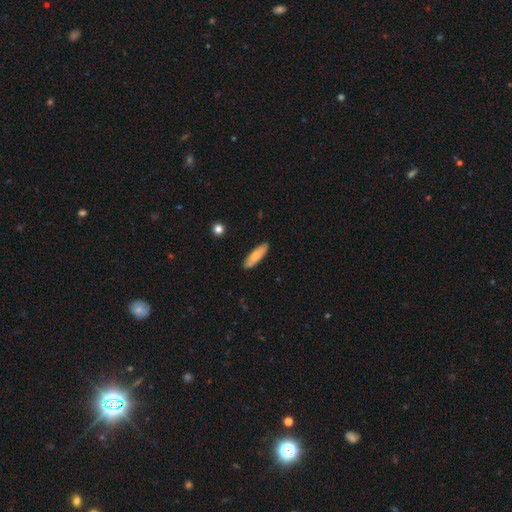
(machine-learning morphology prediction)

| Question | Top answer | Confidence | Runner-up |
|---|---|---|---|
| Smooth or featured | smooth | 72% | featured or disk (22%) |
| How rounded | cigar-shaped | 57% | in between (41%) |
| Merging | none | 85% | minor disturbance (11%) |